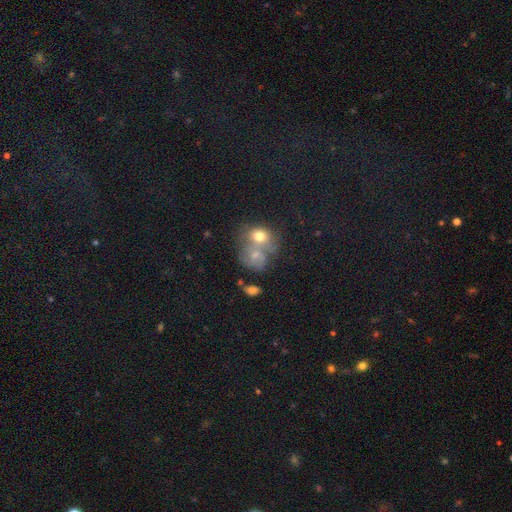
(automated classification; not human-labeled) A smooth galaxy with no disk features (56%) that is round (55%). Merging: merger (54%).